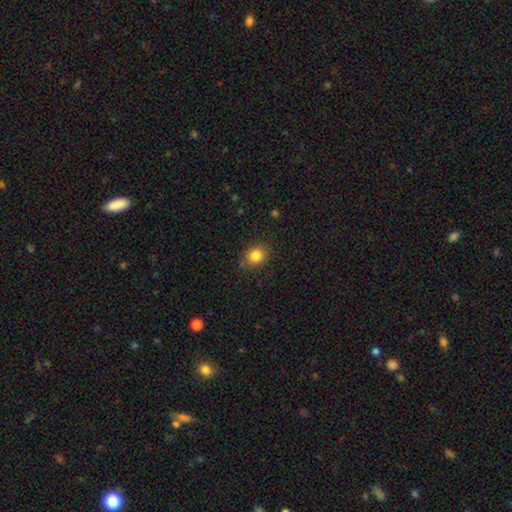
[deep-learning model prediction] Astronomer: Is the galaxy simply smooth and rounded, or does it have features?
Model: smooth — 84%.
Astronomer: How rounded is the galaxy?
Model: round — 67%.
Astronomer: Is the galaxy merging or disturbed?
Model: none — 82%.